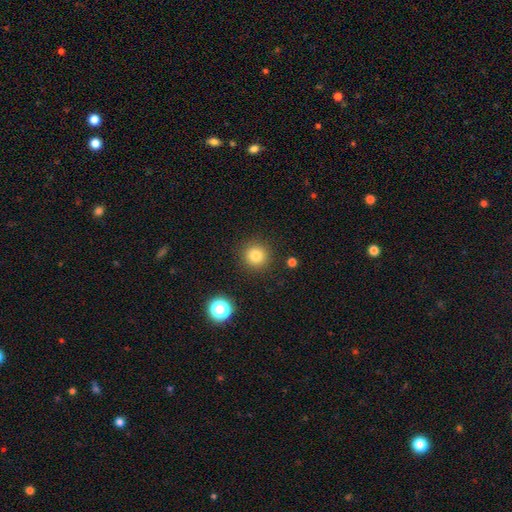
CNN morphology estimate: type=smooth (82%); roundness=round (94%); merging=none (90%).